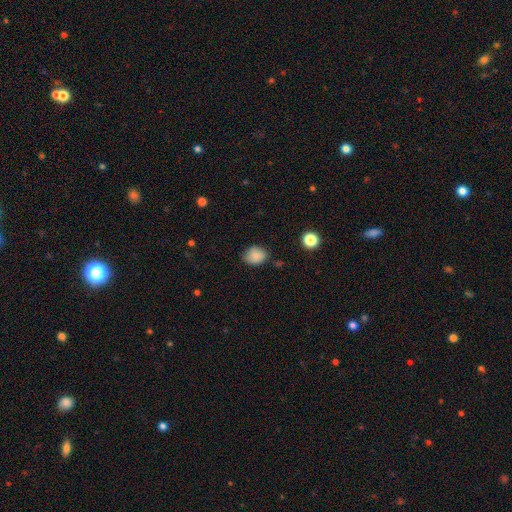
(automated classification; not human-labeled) smooth_or_featured: smooth (p=0.85) [alt: star or artifact p=0.09]
how_rounded: in between (p=0.52) [alt: round p=0.47]
merging: none (p=0.73) [alt: minor disturbance p=0.21]